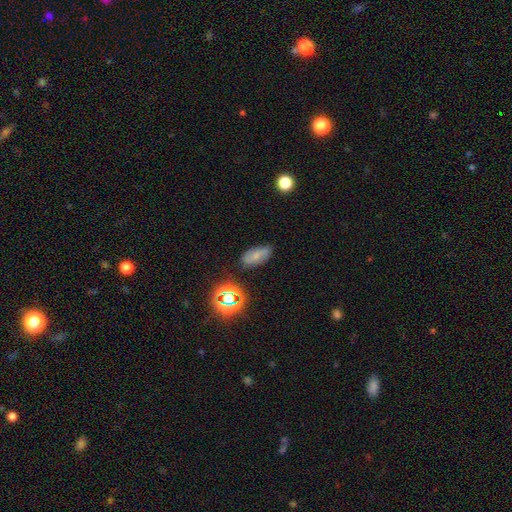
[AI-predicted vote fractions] A smooth galaxy with no disk features (54%) that is in between round and cigar-shaped (87%).

Vote fractions:
- Smooth or featured? smooth: 54% / featured or disk: 29% / star or artifact: 17%
- How rounded? in between: 87% / cigar-shaped: 6% / round: 6%
- Merging? none: 75% / minor disturbance: 18% / major disturbance: 4% / merger: 2%